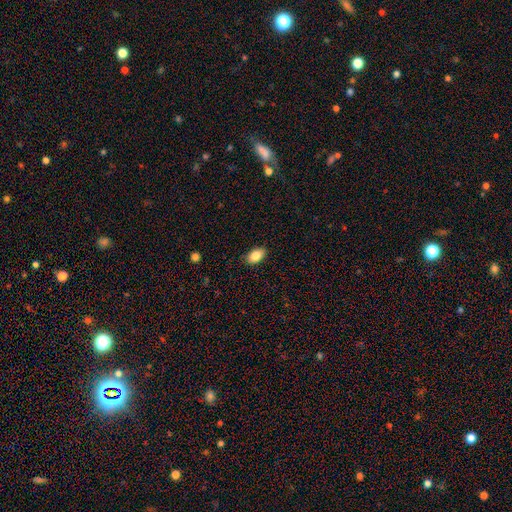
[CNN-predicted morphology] Overall: smooth (84%). How rounded: in between (91%). Merging: none (86%).